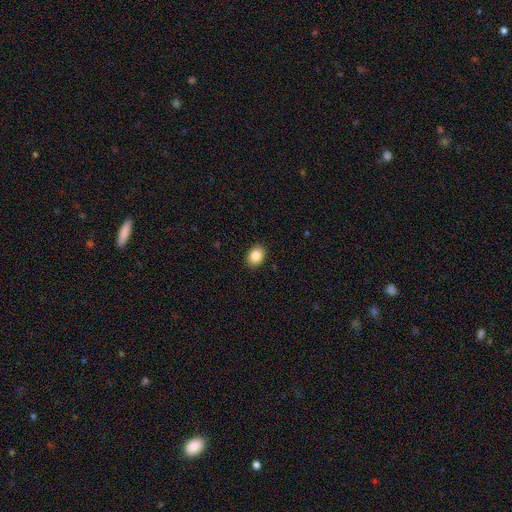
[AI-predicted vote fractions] Morphology: type=smooth (86%); roundness=in between (70%); merging=none (89%).